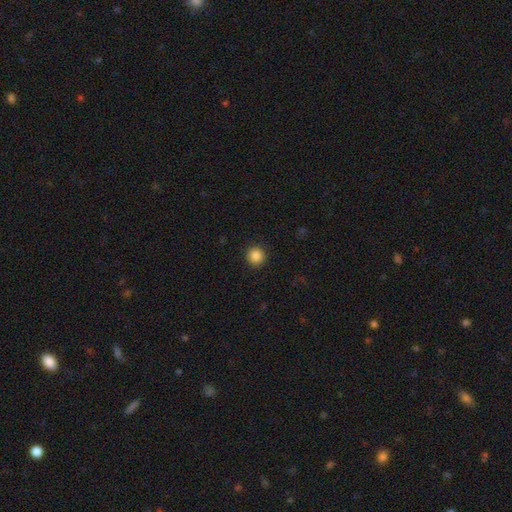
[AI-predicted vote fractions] Smooth or featured? smooth (87%)
How rounded? round (94%)
Merging? none (92%)